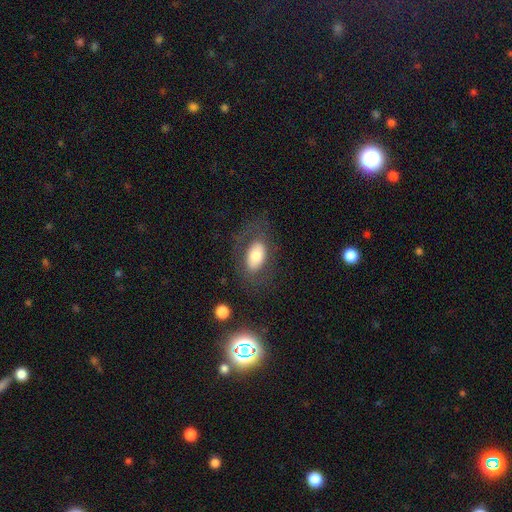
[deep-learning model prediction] Overall: smooth (66%; featured or disk 26%). How rounded: in between (91%). Merging: none (68%).